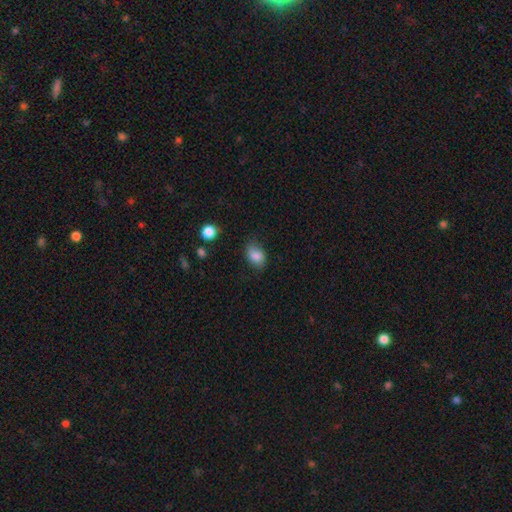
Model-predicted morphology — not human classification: smooth 84%, star or artifact 9%, featured or disk 7%. Down the decision tree: how rounded — in between (74%); merging — none (72%).